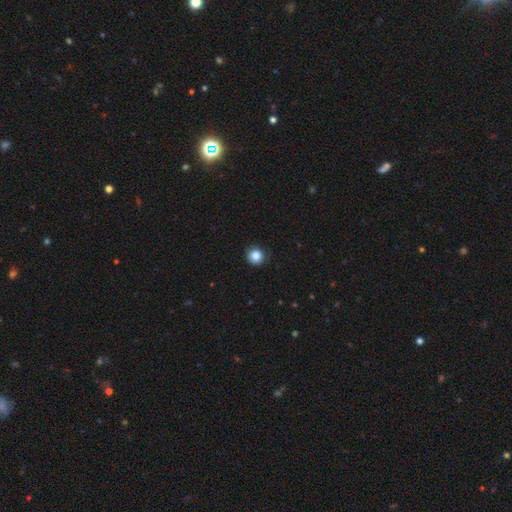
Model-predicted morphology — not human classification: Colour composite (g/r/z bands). It shows a smooth galaxy with no disk features (85%) that is round (93%). Merging: none (89%).